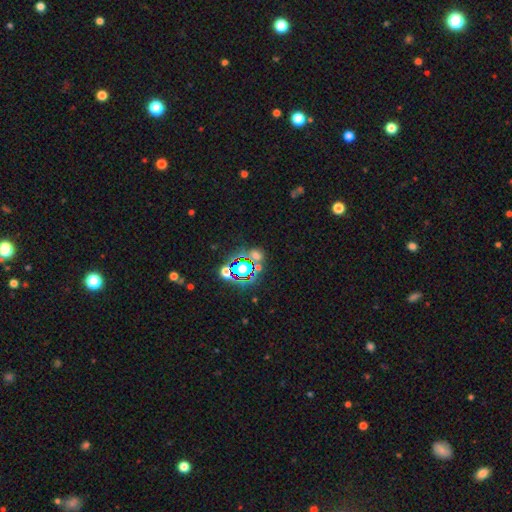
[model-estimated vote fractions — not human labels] Q: Smooth or featured?
A: star or artifact (52%); runner-up: smooth (38%)